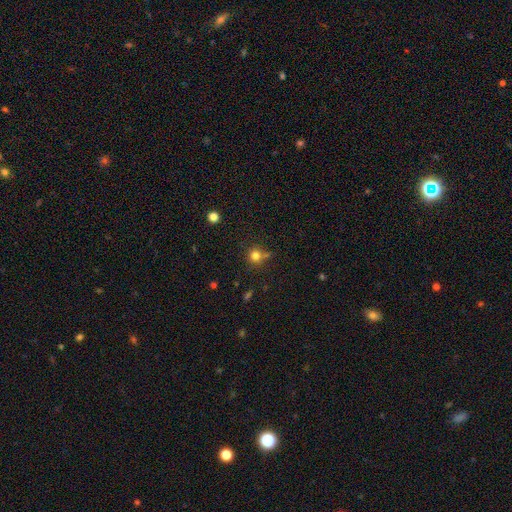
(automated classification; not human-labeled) smooth-or-featured: smooth: 79% | star or artifact: 14% | featured or disk: 7%
  how-rounded: round: 91% | in between: 8% | cigar-shaped: 1%
  merging: none: 69% | minor disturbance: 14% | merger: 13% | major disturbance: 5%